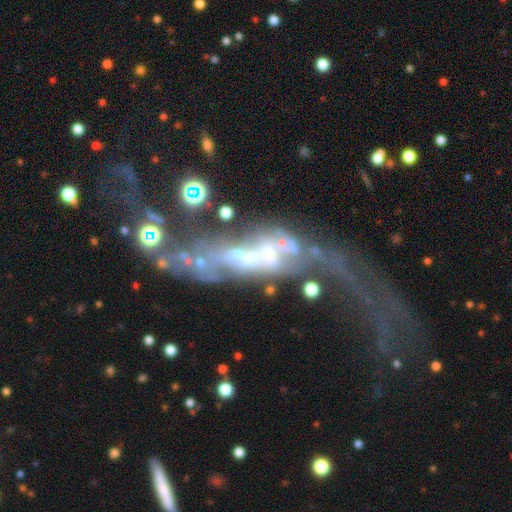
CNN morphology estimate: type=featured or disk (73%); edge-on=no (79%); bar=no (54%); spiral arms=no (56%); bulge=none (34%); merging=major disturbance (46%).